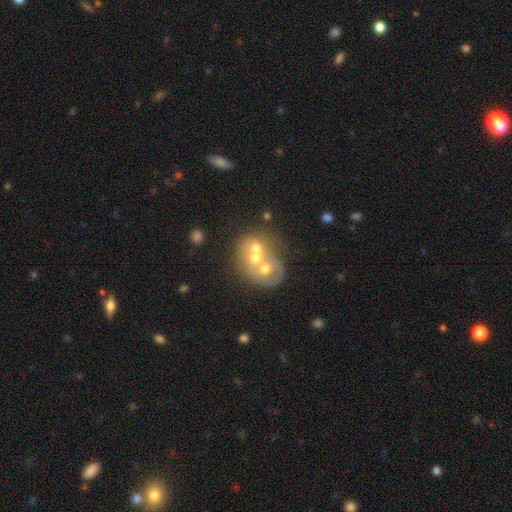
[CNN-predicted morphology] This appears to be a featured or disk galaxy (49%). Merging: merger (72%).